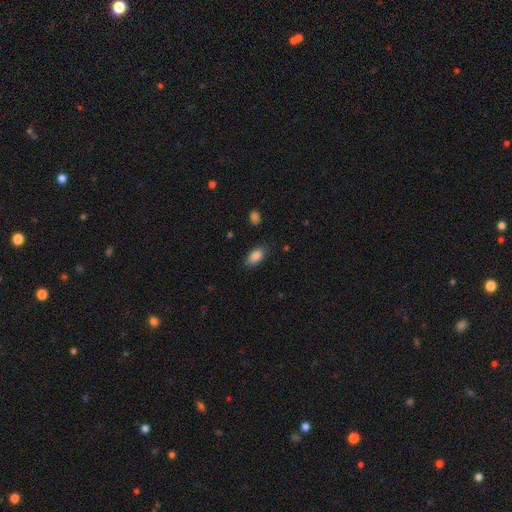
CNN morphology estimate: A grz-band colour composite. It shows a smooth galaxy with no disk features (87%) that is in between round and cigar-shaped (90%). Merging: none (81%).